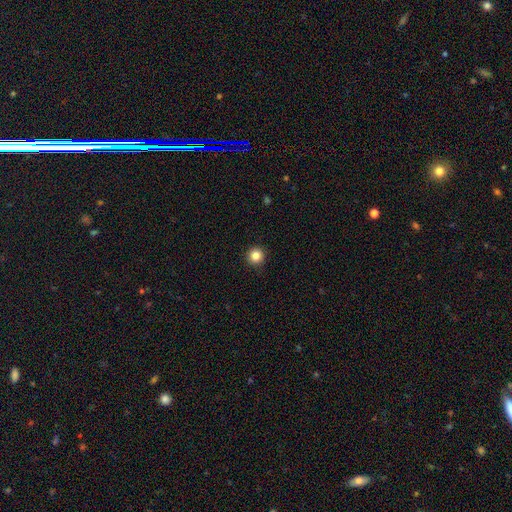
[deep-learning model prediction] smooth_or_featured: smooth (p=0.84) [alt: star or artifact p=0.11]
how_rounded: round (p=0.96) [alt: in between p=0.03]
merging: none (p=0.93) [alt: minor disturbance p=0.05]